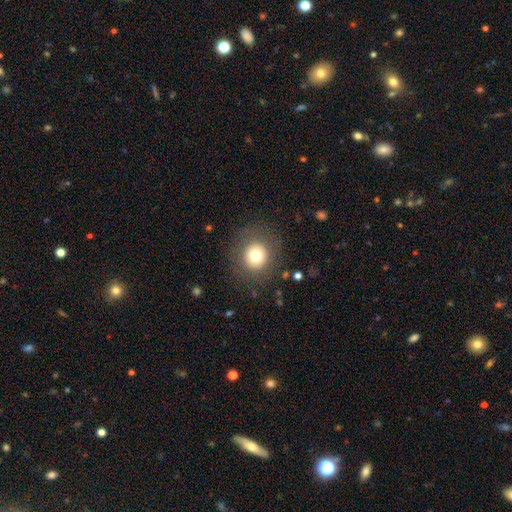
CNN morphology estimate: A smooth galaxy with no disk features (75%) that is round (91%). Merging: none (86%).